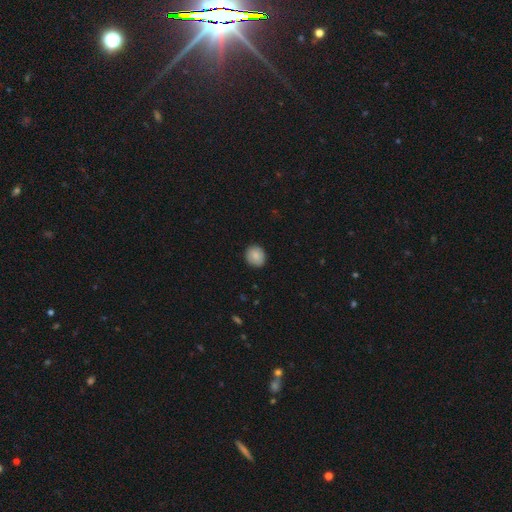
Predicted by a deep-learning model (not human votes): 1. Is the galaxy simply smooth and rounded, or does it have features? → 84% smooth, 8% featured or disk, 7% star or artifact.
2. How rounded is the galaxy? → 81% round, 18% in between, 1% cigar-shaped.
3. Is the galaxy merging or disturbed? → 88% none, 9% minor disturbance, 2% major disturbance, 1% merger.